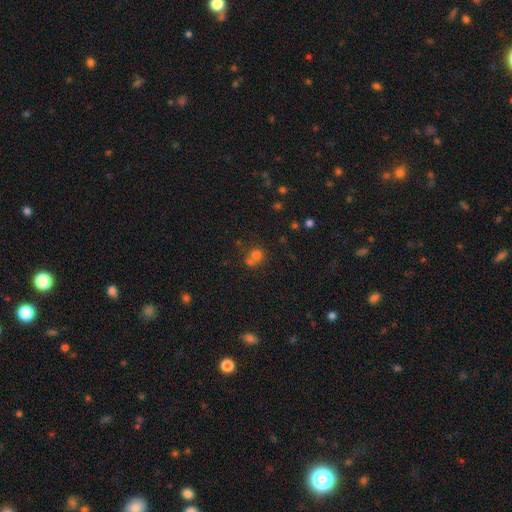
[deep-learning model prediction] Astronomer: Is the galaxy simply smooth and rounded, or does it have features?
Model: smooth — 70%.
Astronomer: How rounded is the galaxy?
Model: round — 81%.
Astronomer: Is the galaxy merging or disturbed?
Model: merger — 47% (runner-up: none, 41%).